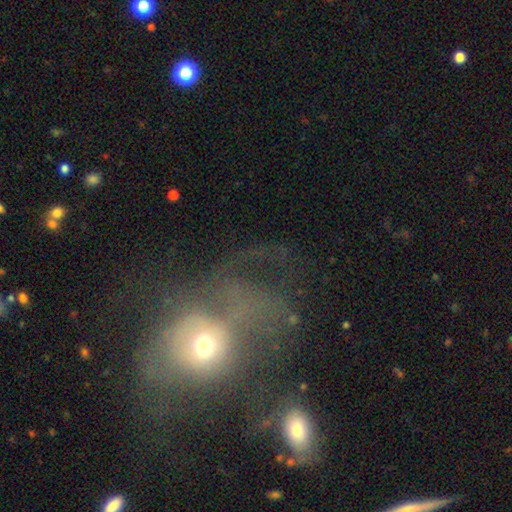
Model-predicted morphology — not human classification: smooth-or-featured: smooth: 41% | featured or disk: 37% | star or artifact: 22%
  merging: major disturbance: 47% | none: 21% | merger: 20% | minor disturbance: 12%